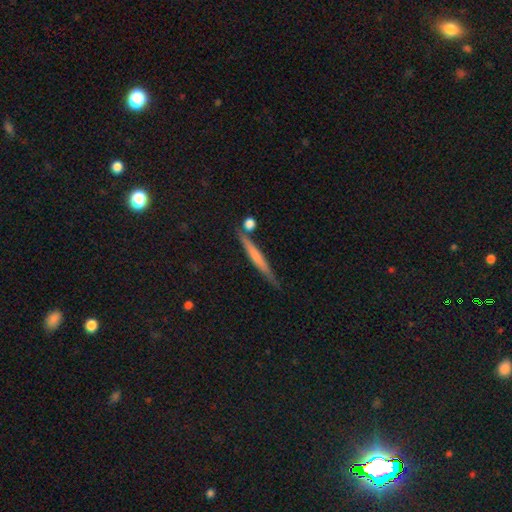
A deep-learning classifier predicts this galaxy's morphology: Smooth or featured?
  - smooth: 50% *
  - featured or disk: 44%
  - star or artifact: 6%
Merging?
  - none: 79% *
  - minor disturbance: 12%
  - merger: 6%
  - major disturbance: 3%